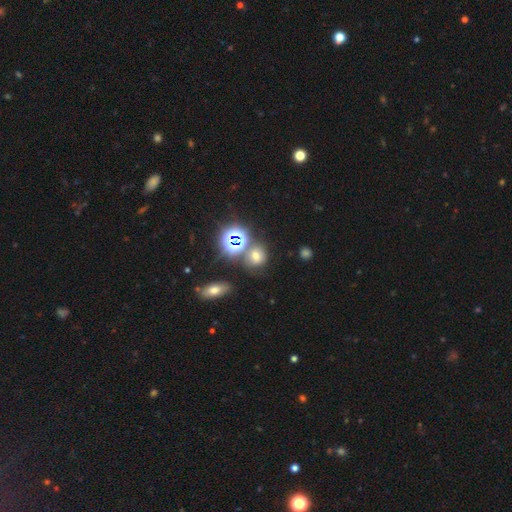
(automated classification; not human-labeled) This is possibly a smooth galaxy (55%). How rounded: likely round (70%). Merging: likely none (68%).